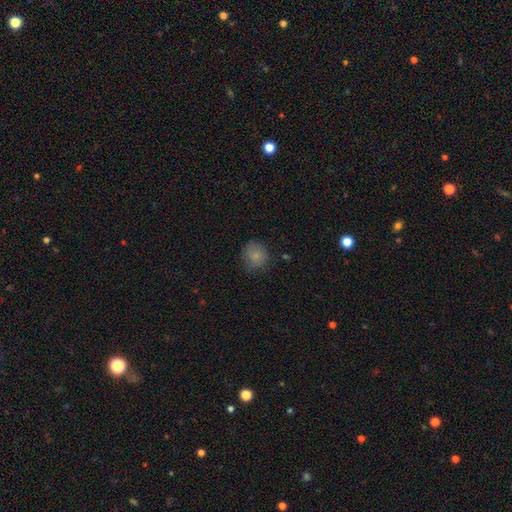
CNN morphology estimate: This appears to be a smooth galaxy with no disk features (83%) that is round (83%). Merging: none (74%).